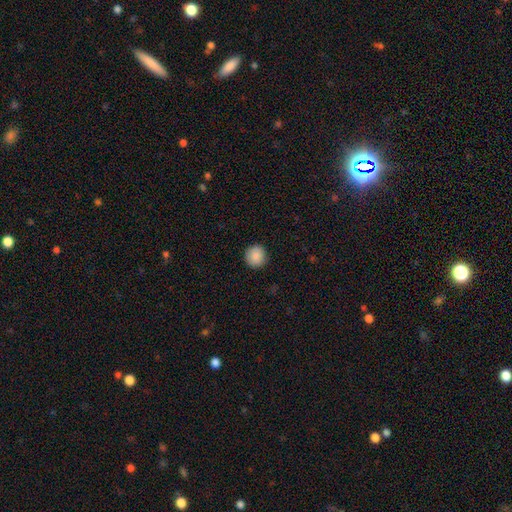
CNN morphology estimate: smooth-or-featured: smooth: 89% | star or artifact: 8% | featured or disk: 3%
  how-rounded: round: 93% | in between: 7% | cigar-shaped: 1%
  merging: none: 91% | minor disturbance: 6% | major disturbance: 2% | merger: 1%